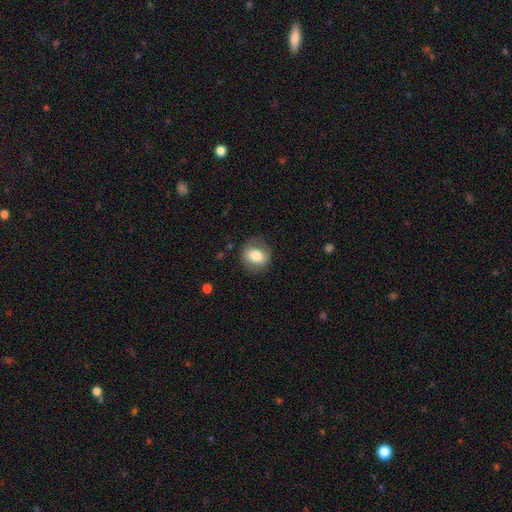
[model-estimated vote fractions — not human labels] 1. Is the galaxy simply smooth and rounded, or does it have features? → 72% smooth, 20% featured or disk, 8% star or artifact.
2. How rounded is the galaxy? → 56% round, 43% in between, 1% cigar-shaped.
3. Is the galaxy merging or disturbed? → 78% none, 14% minor disturbance, 6% major disturbance, 1% merger.